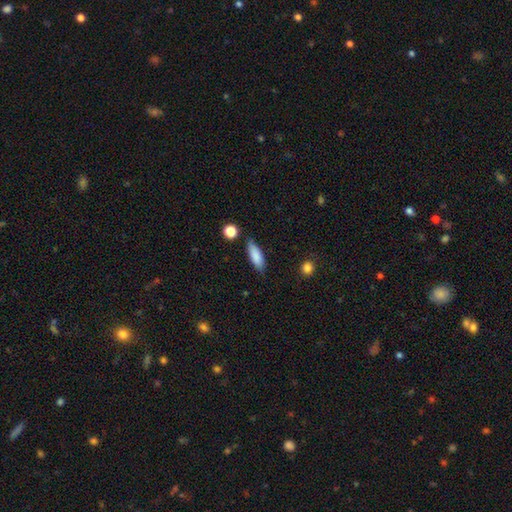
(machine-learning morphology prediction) Smooth or featured: smooth — 85% (featured or disk — 9%)
How rounded: in between — 59% (cigar-shaped — 39%)
Merging: none — 78% (minor disturbance — 16%)